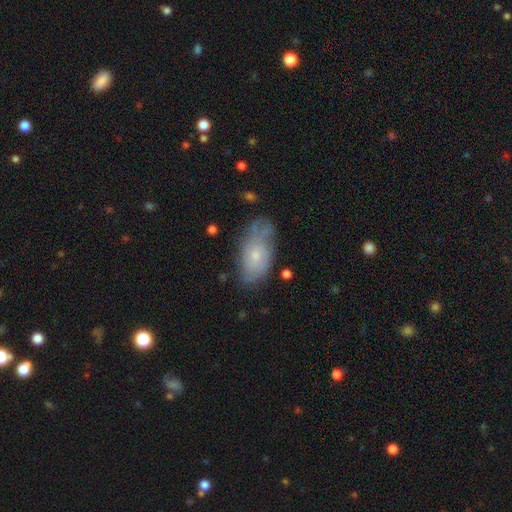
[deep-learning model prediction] This appears to be a featured or disk galaxy (52%). Merging: none (60%).